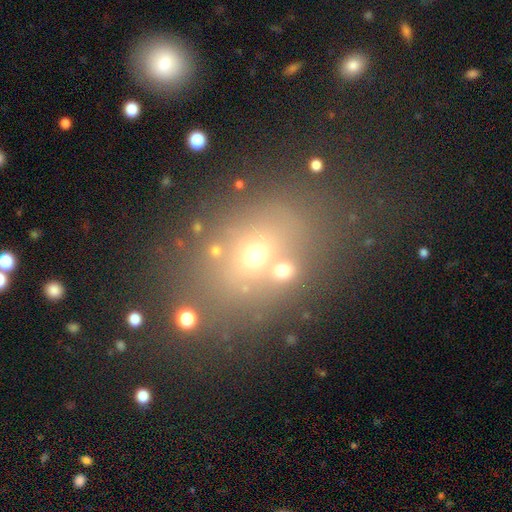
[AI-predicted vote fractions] This is possibly a smooth galaxy (57%). How rounded: possibly in between (58%). Merging: likely none (61%).